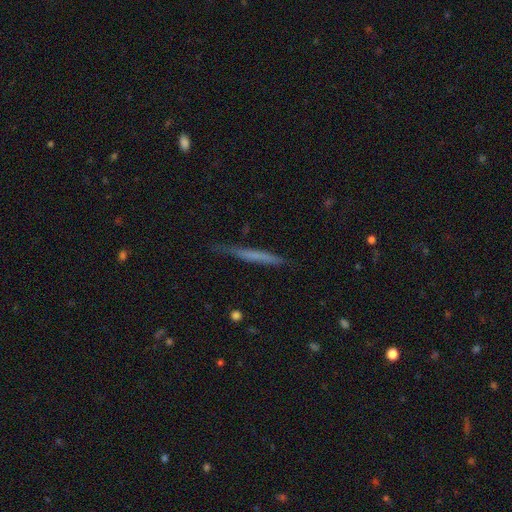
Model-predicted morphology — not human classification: Smooth or featured?
  - smooth: 52% *
  - featured or disk: 41%
  - star or artifact: 7%
How rounded?
  - cigar-shaped: 96% *
  - in between: 2%
  - round: 2%
Merging?
  - none: 78% *
  - minor disturbance: 17%
  - major disturbance: 3%
  - merger: 2%